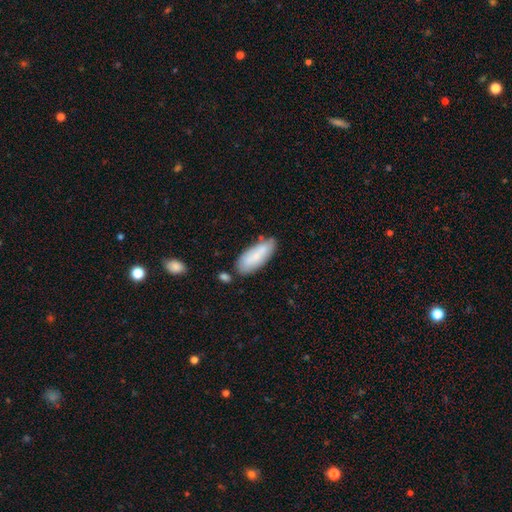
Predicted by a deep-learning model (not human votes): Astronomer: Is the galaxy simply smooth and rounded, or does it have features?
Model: smooth — 77%.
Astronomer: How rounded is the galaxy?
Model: in between — 75%.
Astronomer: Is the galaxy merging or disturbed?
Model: none — 70%.